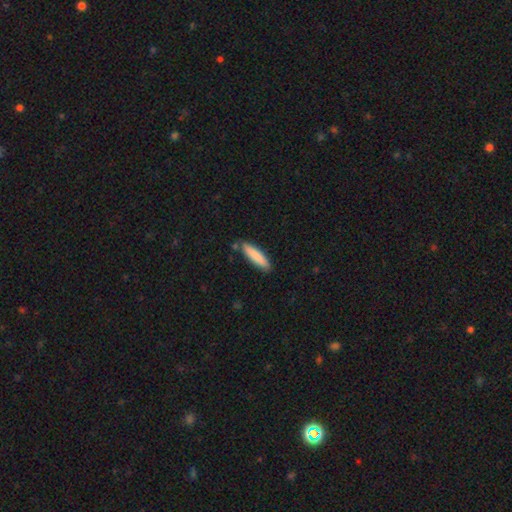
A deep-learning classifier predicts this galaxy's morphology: A smooth galaxy with no disk features (86%) that is cigar-shaped (76%).

Vote fractions:
- Smooth or featured? smooth: 86% / featured or disk: 9% / star or artifact: 5%
- How rounded? cigar-shaped: 76% / in between: 22% / round: 1%
- Merging? none: 82% / minor disturbance: 12% / merger: 3% / major disturbance: 2%